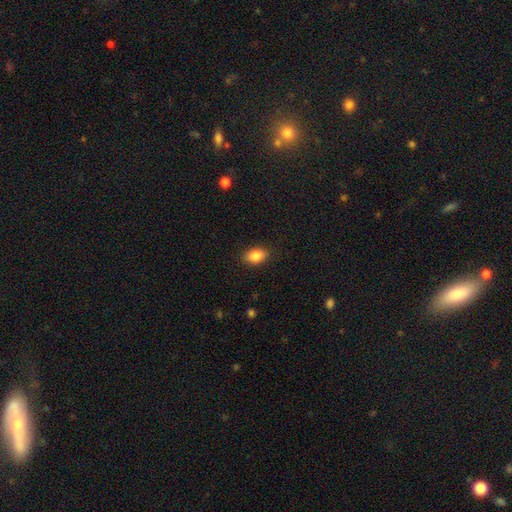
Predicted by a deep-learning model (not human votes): Smooth or featured? smooth (86%)
How rounded? in between (86%)
Merging? none (88%)